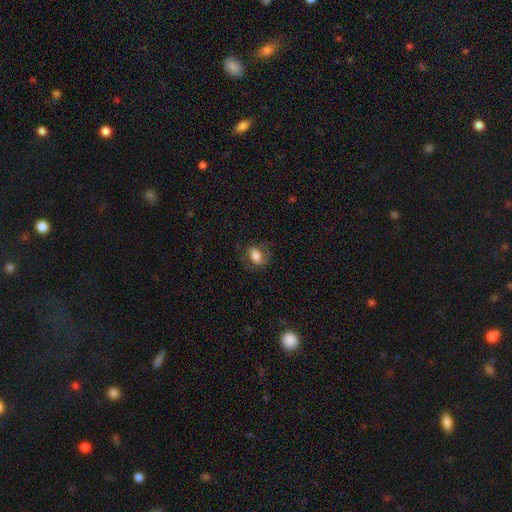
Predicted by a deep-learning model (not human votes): Smooth or featured?
  - smooth: 72% *
  - featured or disk: 20%
  - star or artifact: 8%
How rounded?
  - in between: 80% *
  - round: 18%
  - cigar-shaped: 3%
Merging?
  - none: 67% *
  - minor disturbance: 20%
  - major disturbance: 12%
  - merger: 1%